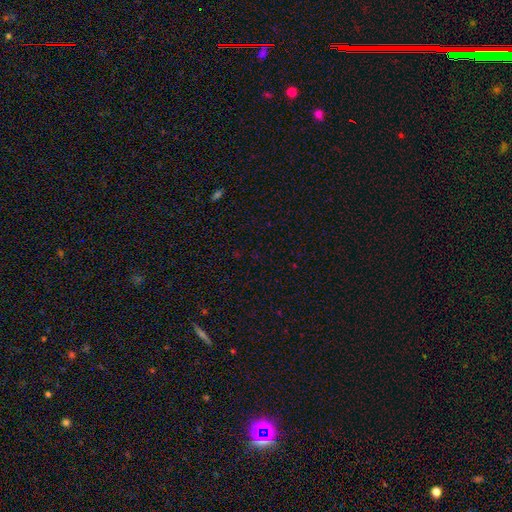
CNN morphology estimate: smooth-or-featured: star or artifact: 66% | smooth: 27% | featured or disk: 7%